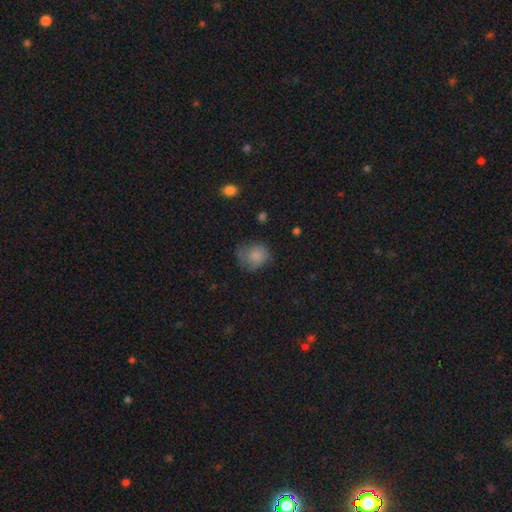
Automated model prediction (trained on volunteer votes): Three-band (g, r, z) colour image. It shows a smooth galaxy with no disk features (80%) that is round (72%). Merging: none (53%).